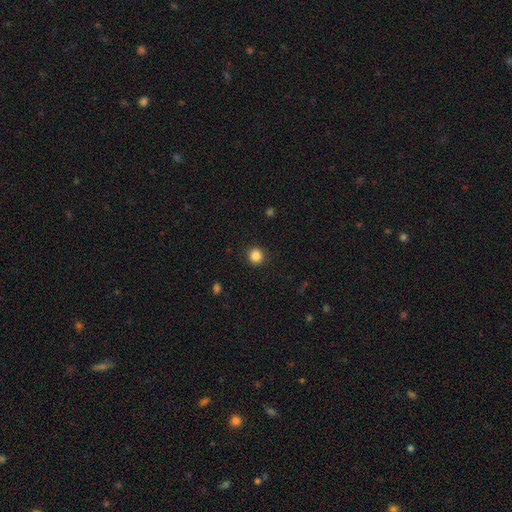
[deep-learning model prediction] This is clearly a smooth galaxy (86%). How rounded: clearly round (95%). Merging: clearly none (93%).